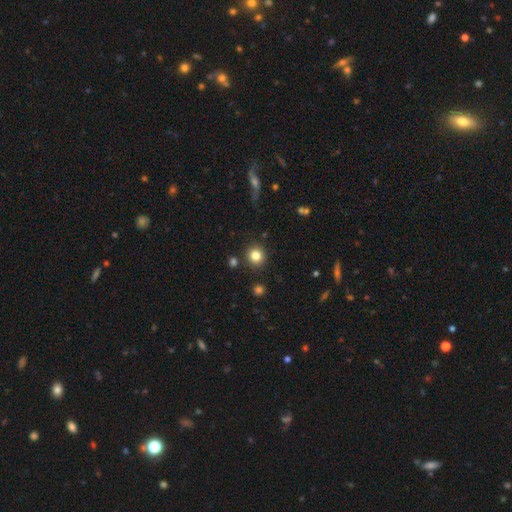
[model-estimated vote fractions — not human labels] A smooth galaxy with no disk features (82%) that is round (91%).

Vote fractions:
- Smooth or featured? smooth: 82% / star or artifact: 12% / featured or disk: 6%
- How rounded? round: 91% / in between: 8% / cigar-shaped: 1%
- Merging? none: 88% / minor disturbance: 7% / merger: 3% / major disturbance: 3%